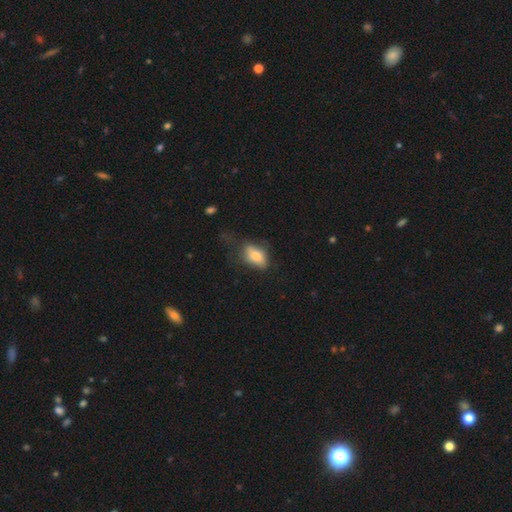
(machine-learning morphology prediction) Smooth or featured? Predicted: smooth (p=0.75). How rounded? Predicted: in between (p=0.87). Merging? Predicted: none (p=0.49).